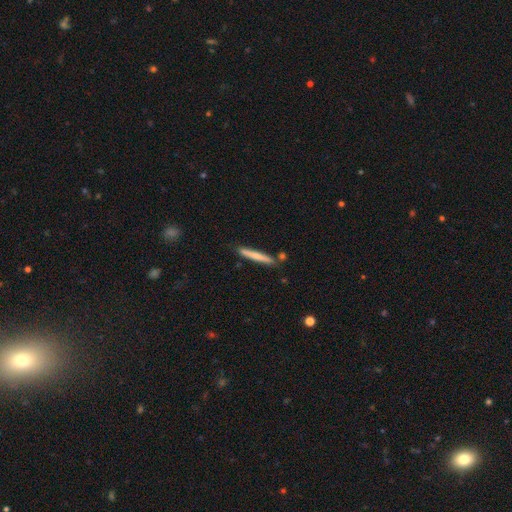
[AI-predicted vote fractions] The model was most divided on "smooth or featured": smooth: 68%, featured or disk: 26%, star or artifact: 6%. More confident: how rounded — cigar-shaped (96%); merging — none (83%).